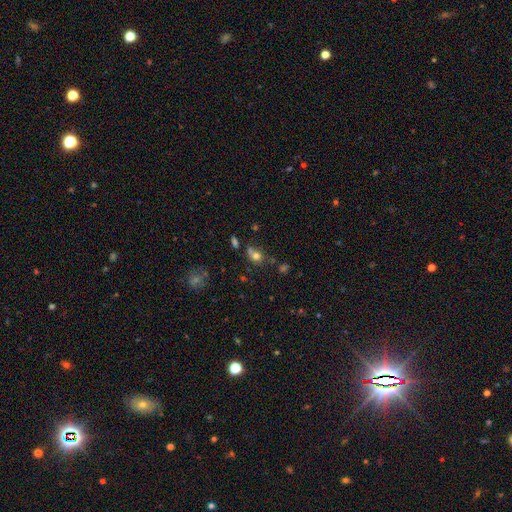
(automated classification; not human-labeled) Smooth or featured? Predicted: smooth (p=0.72). How rounded? Predicted: round (p=0.65). Merging? Predicted: none (p=0.51).